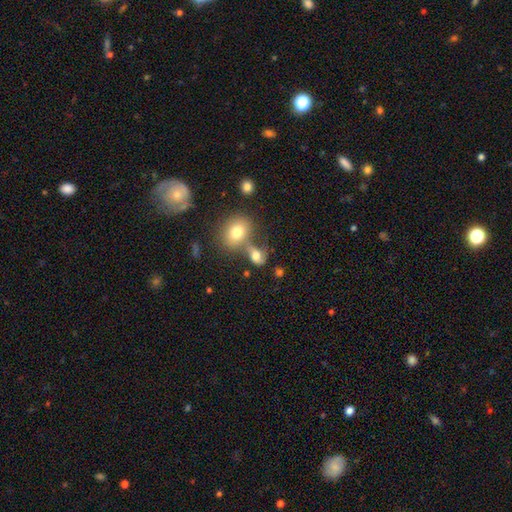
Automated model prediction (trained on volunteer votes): A smooth galaxy with no disk features (71%) that is in between round and cigar-shaped (67%). Merging: merger (46%).